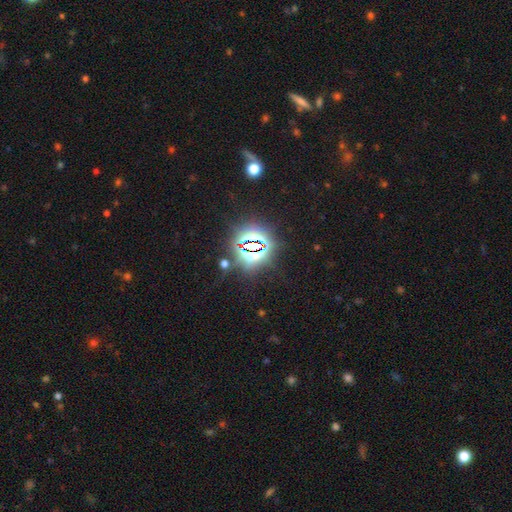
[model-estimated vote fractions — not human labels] A star or artifact, not a galaxy (81%).